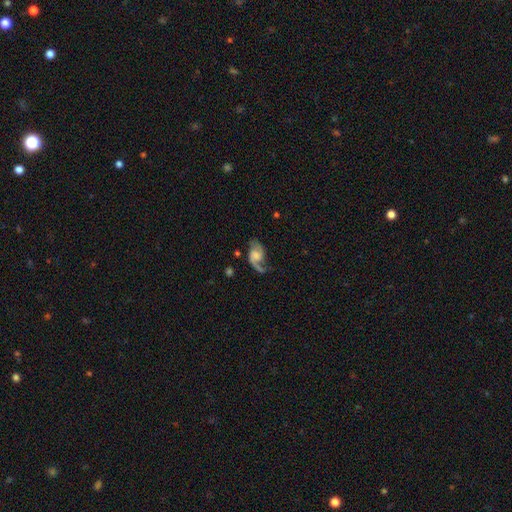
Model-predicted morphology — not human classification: This is clearly a featured or disk galaxy (81%). It is clearly not viewed edge-on (98%). Bar: possibly no (55%). Spiral arm pattern: clearly yes (95%). Spiral arm count: likely 2 (74%). Spiral winding: possibly loose (56%). Central bulge: marginally small (34%). Merging: possibly none (54%).